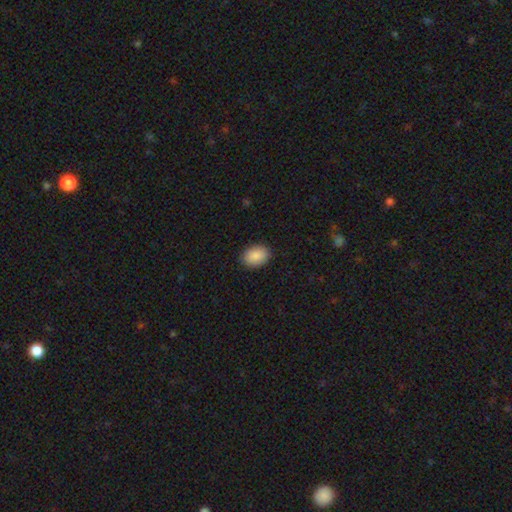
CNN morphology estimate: Q: Smooth or featured?
A: smooth (90%); runner-up: star or artifact (7%)
Q: How rounded?
A: in between (81%); runner-up: round (18%)
Q: Merging?
A: none (90%); runner-up: minor disturbance (8%)